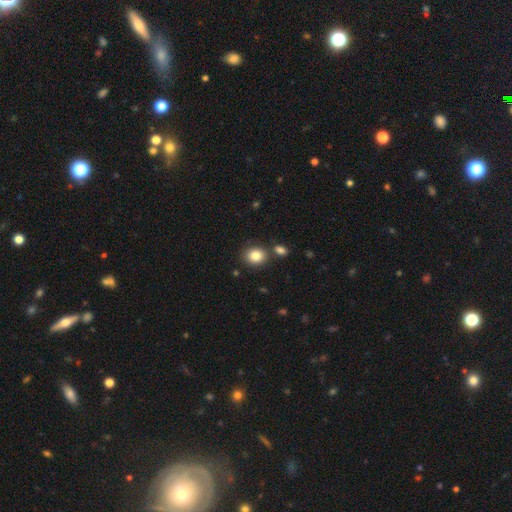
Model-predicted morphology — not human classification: This appears to be a smooth galaxy with no disk features (84%) that is round (61%). Merging: none (76%).